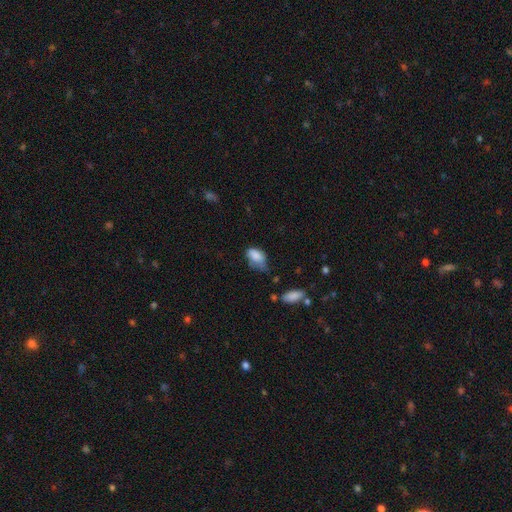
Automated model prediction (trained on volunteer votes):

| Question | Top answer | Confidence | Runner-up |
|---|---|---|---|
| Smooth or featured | smooth | 81% | featured or disk (10%) |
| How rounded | in between | 90% | round (8%) |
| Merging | minor disturbance | 42% | none (31%) |